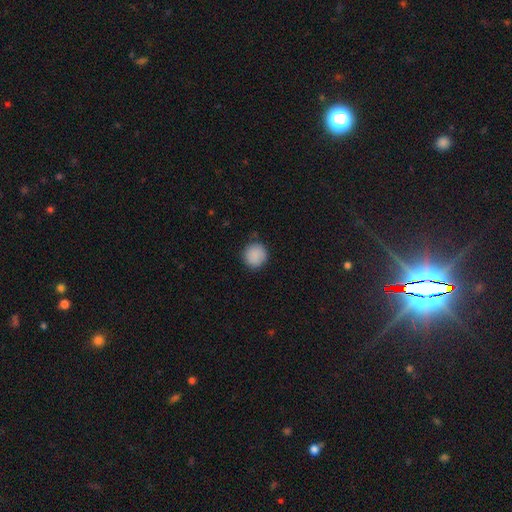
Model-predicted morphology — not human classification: Smooth or featured: smooth — 88% (star or artifact — 7%)
How rounded: round — 92% (in between — 7%)
Merging: none — 84% (minor disturbance — 12%)